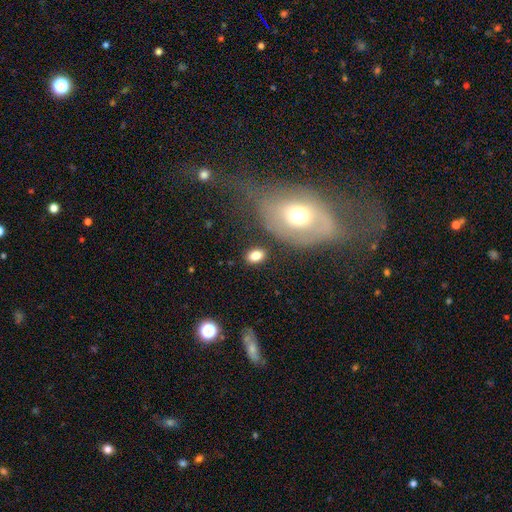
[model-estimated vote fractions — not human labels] A smooth galaxy with no disk features (80%) that is in between round and cigar-shaped (77%).

Vote fractions:
- Smooth or featured? smooth: 80% / featured or disk: 10% / star or artifact: 10%
- How rounded? in between: 77% / round: 22% / cigar-shaped: 2%
- Merging? none: 80% / minor disturbance: 11% / merger: 5% / major disturbance: 4%